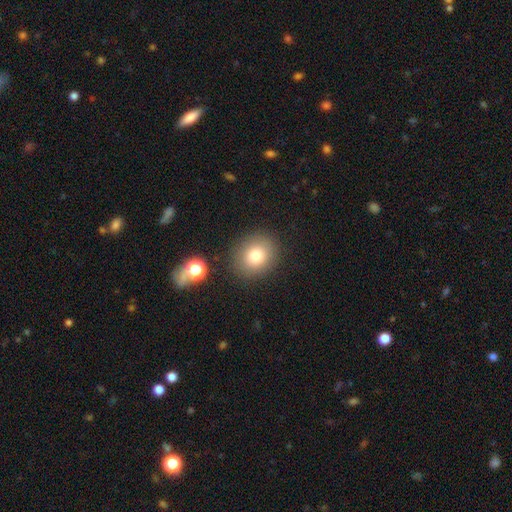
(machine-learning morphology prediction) This appears to be a smooth galaxy with no disk features (78%) that is round (71%). Merging: none (87%).